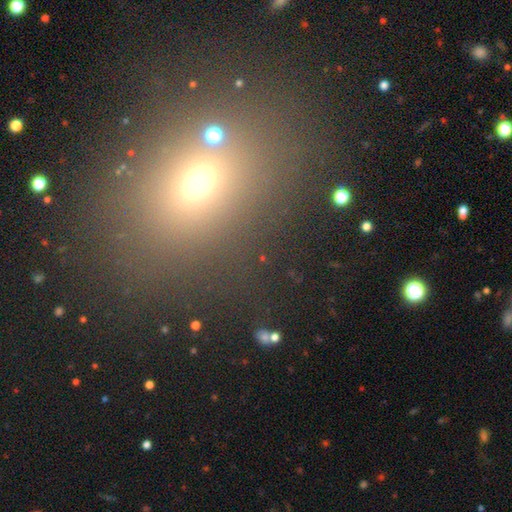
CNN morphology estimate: Q: Smooth or featured?
A: smooth (50%); runner-up: star or artifact (39%)
Q: How rounded?
A: in between (53%); runner-up: round (44%)
Q: Merging?
A: none (80%); runner-up: minor disturbance (9%)